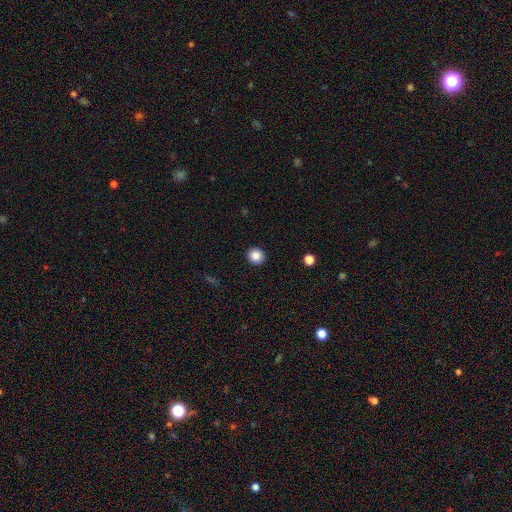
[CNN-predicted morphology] Smooth or featured? Predicted: smooth (p=0.87). How rounded? Predicted: round (p=0.92). Merging? Predicted: none (p=0.93).